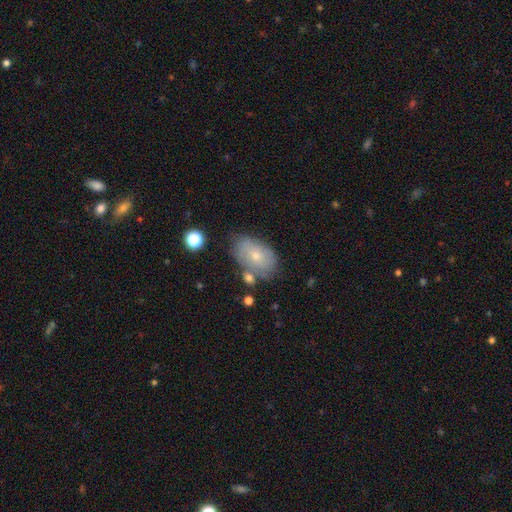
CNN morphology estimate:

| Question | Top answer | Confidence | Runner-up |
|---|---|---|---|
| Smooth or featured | smooth | 55% | featured or disk (36%) |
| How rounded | in between | 87% | round (12%) |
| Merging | none | 64% | minor disturbance (21%) |